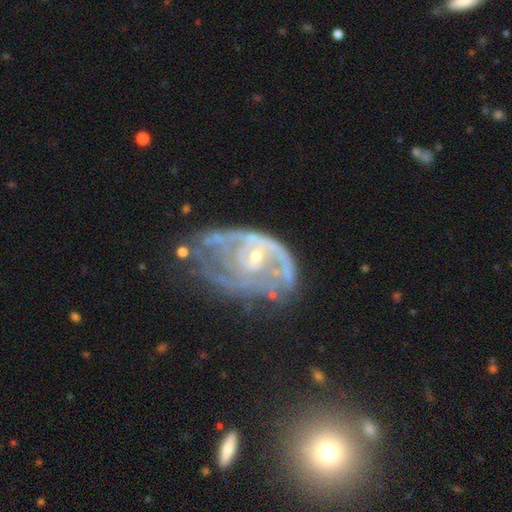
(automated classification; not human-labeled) This is clearly a featured or disk galaxy (81%). It is clearly not viewed edge-on (97%). Bar: likely no (61%). Spiral arm pattern: likely yes (76%). Spiral arm count: marginally can't tell (42%). Spiral winding: possibly tight (48%). Central bulge: likely small (64%). Merging: marginally major disturbance (37%).